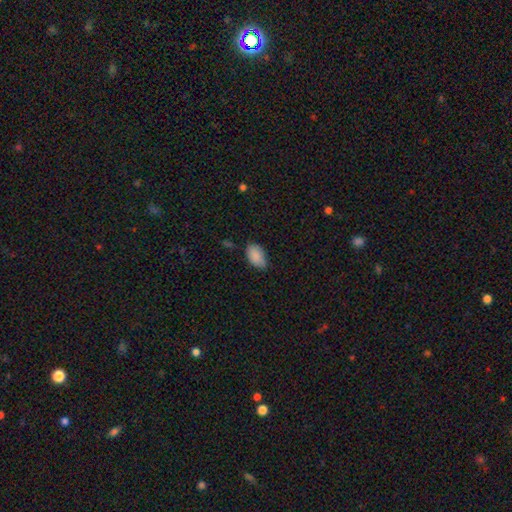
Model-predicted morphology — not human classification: Q: Smooth or featured?
A: smooth (89%); runner-up: star or artifact (7%)
Q: How rounded?
A: in between (93%); runner-up: round (5%)
Q: Merging?
A: none (74%); runner-up: minor disturbance (21%)